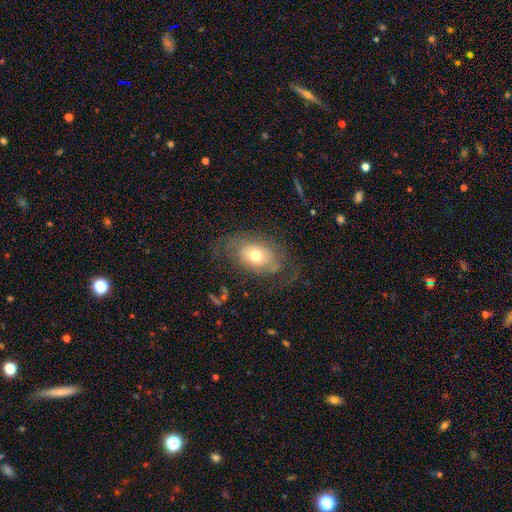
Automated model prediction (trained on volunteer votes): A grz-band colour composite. It shows a featured or disk galaxy (48%). Merging: none (59%).